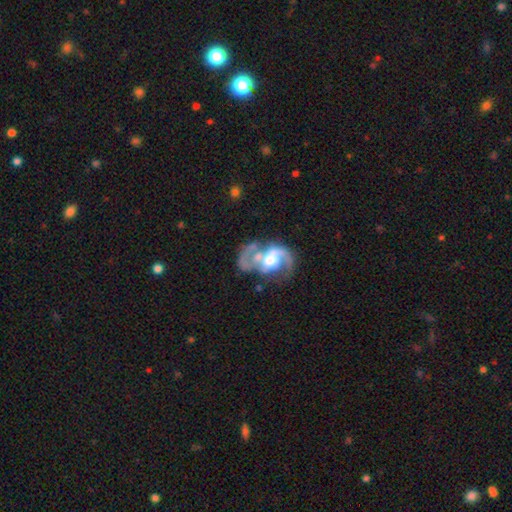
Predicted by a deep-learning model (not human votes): smooth-or-featured: featured or disk: 85% | smooth: 9% | star or artifact: 6%
  disk-edge-on: no: 98% | yes: 2%
    bar: no: 47% | weak: 36% | strong: 17%
    has-spiral-arms: yes: 90% | no: 10%
      spiral-winding: medium: 49% | loose: 34% | tight: 17%
      spiral-arm-count: 2: 75% | can't tell: 8% | 3: 7% | 1: 7% | 4: 2% | more than 4: 2%
    bulge-size: moderate: 65% | small: 17% | large: 14% | none: 3% | dominant: 2%
  merging: none: 39% | major disturbance: 24% | merger: 19% | minor disturbance: 18%